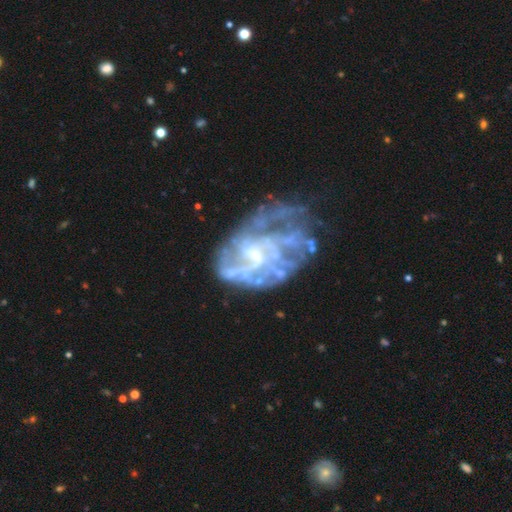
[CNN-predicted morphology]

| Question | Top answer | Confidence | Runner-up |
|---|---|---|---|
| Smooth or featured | featured or disk | 79% | smooth (11%) |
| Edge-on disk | no | 98% | yes (2%) |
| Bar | no | 68% | weak (27%) |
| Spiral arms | yes | 56% | no (44%) |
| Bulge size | small | 64% | moderate (19%) |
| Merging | major disturbance | 35% | tied: none (35%) |